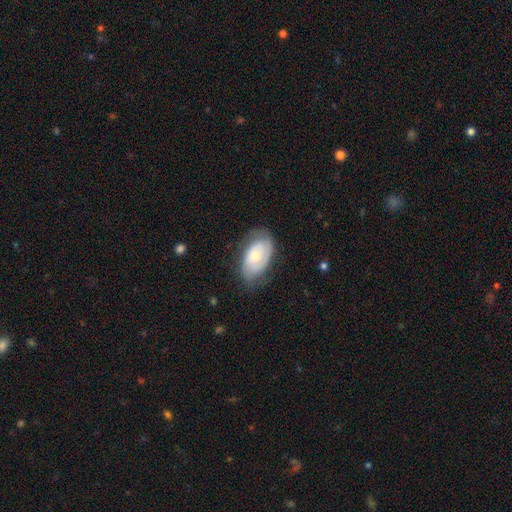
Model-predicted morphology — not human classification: The model was most divided on "smooth or featured": featured or disk: 51%, smooth: 43%, star or artifact: 6%. More confident: edge-on disk — no (94%); merging — none (64%).